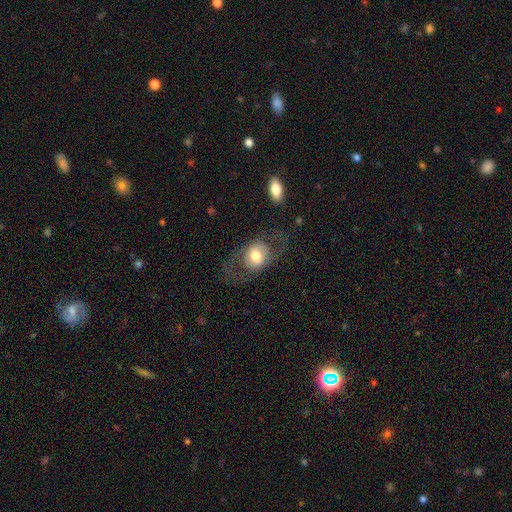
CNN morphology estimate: Smooth or featured? smooth (52%)
How rounded? in between (50%)
Merging? none (65%)